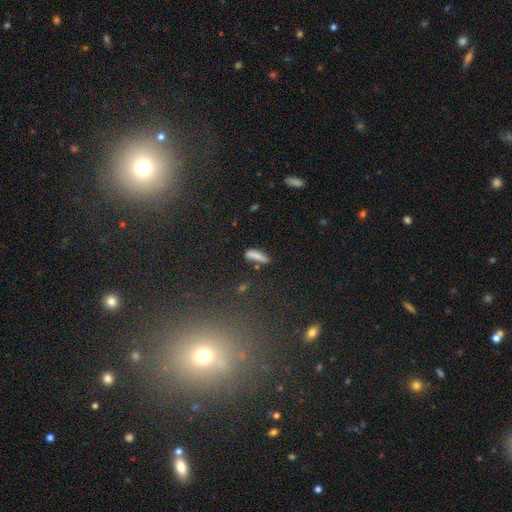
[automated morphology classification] Smooth or featured? Predicted: smooth (p=0.81). How rounded? Predicted: cigar-shaped (p=0.69). Merging? Predicted: none (p=0.66).